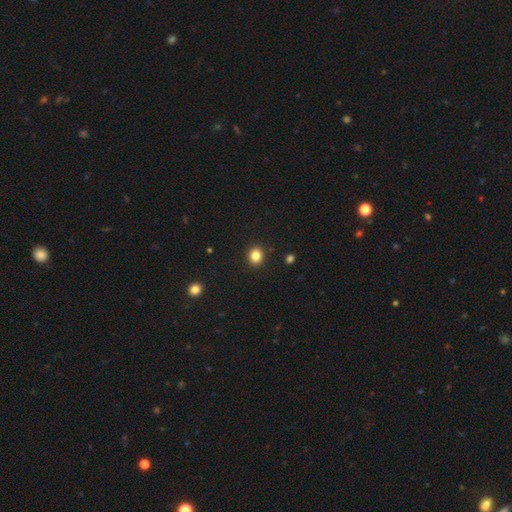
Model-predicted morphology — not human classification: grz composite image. It shows a smooth galaxy with no disk features (84%) that is round (79%). Merging: none (92%).